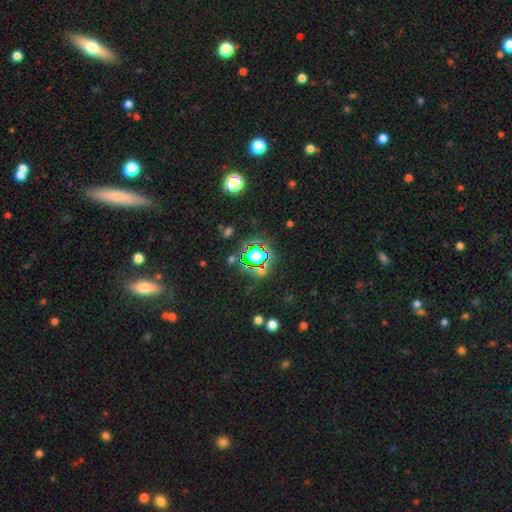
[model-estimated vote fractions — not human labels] Smooth or featured? star or artifact (66%)